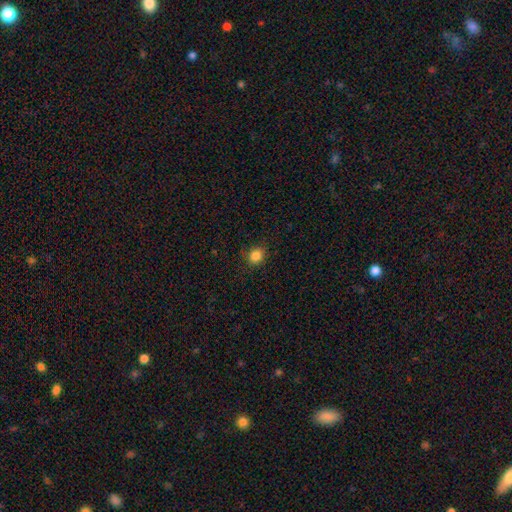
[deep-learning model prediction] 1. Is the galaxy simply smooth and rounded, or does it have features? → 85% smooth, 11% star or artifact, 3% featured or disk.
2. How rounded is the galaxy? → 73% round, 26% in between, 1% cigar-shaped.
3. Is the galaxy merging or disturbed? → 84% none, 11% minor disturbance, 3% major disturbance, 1% merger.